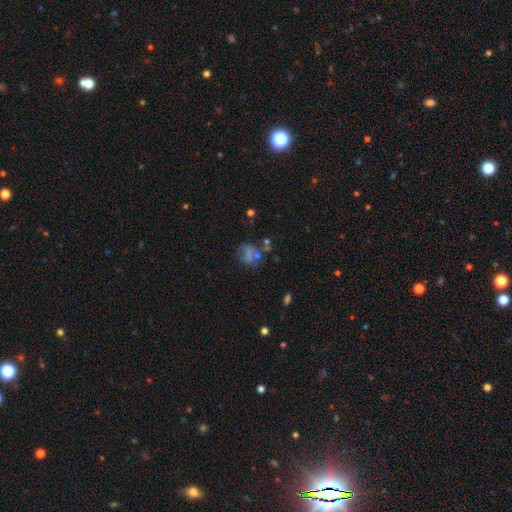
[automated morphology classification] The model was most divided on "smooth or featured": smooth: 39%, star or artifact: 33%, featured or disk: 28%. More confident: merging — none (54%).